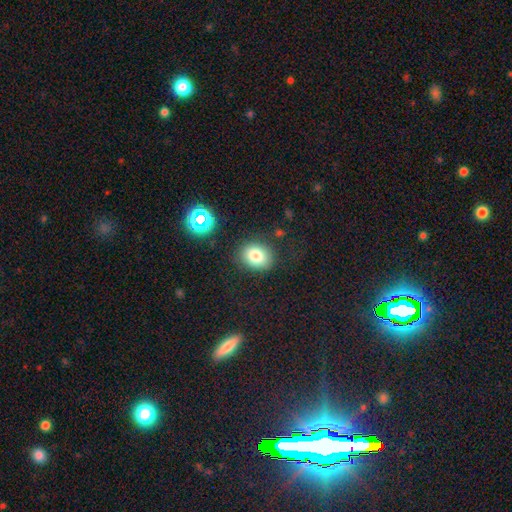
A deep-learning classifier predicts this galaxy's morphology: A smooth galaxy with no disk features (80%) that is round (55%).

Vote fractions:
- Smooth or featured? smooth: 80% / star or artifact: 12% / featured or disk: 8%
- How rounded? round: 55% / in between: 45% / cigar-shaped: 1%
- Merging? none: 84% / minor disturbance: 10% / major disturbance: 4% / merger: 2%